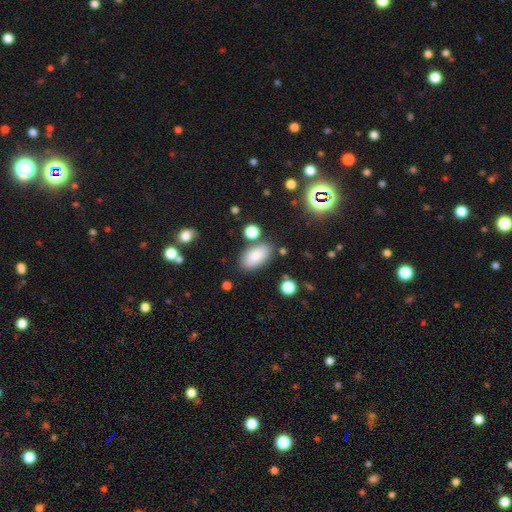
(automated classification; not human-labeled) A smooth galaxy with no disk features (83%) that is in between round and cigar-shaped (92%).

Vote fractions:
- Smooth or featured? smooth: 83% / featured or disk: 9% / star or artifact: 8%
- How rounded? in between: 92% / round: 4% / cigar-shaped: 3%
- Merging? none: 76% / minor disturbance: 14% / merger: 7% / major disturbance: 4%